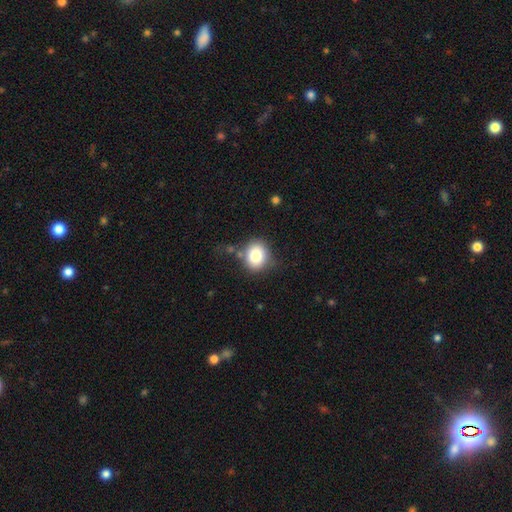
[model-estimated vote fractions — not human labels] smooth 81%, featured or disk 9%, star or artifact 9%. Down the decision tree: how rounded — round (65%); merging — none (71%).